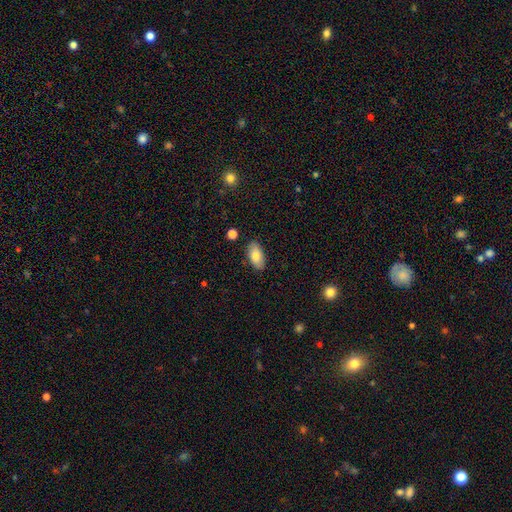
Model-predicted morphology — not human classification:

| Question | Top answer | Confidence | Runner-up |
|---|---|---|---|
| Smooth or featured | smooth | 81% | featured or disk (12%) |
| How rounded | in between | 93% | cigar-shaped (4%) |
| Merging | none | 86% | minor disturbance (10%) |